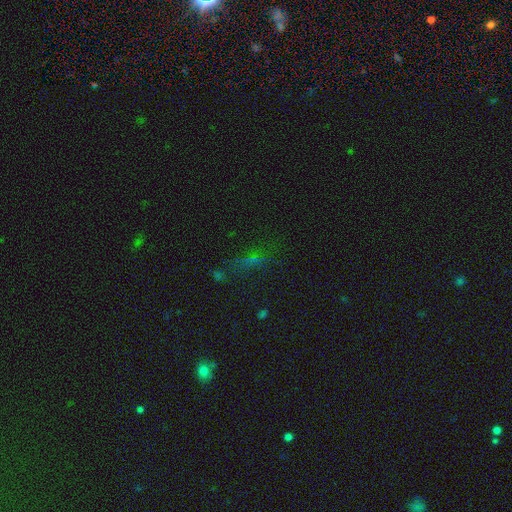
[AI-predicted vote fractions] A star or artifact, not a galaxy (49%).